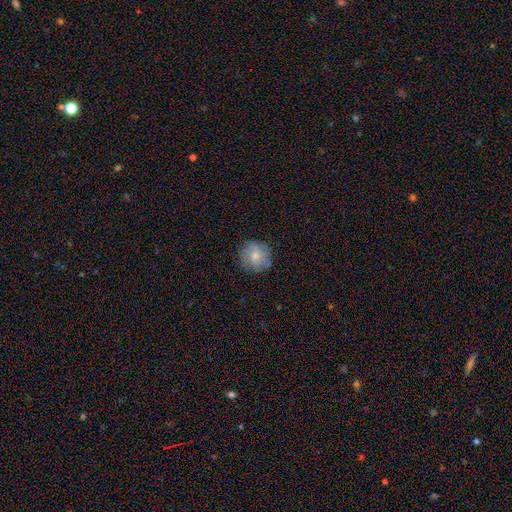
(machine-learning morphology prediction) Smooth or featured? Predicted: smooth (p=0.62). How rounded? Predicted: round (p=0.91). Merging? Predicted: none (p=0.81).